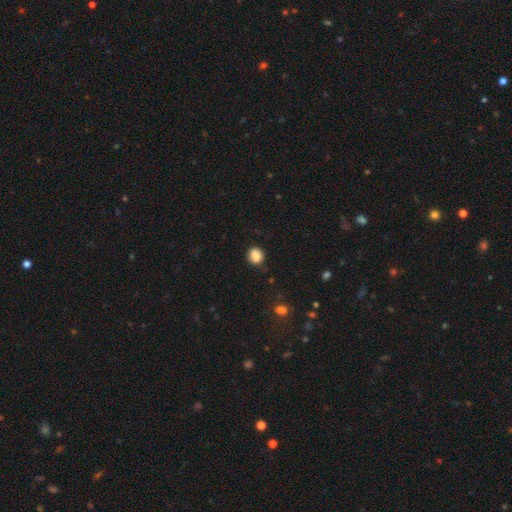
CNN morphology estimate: Smooth or featured? smooth (87%)
How rounded? round (65%)
Merging? none (83%)